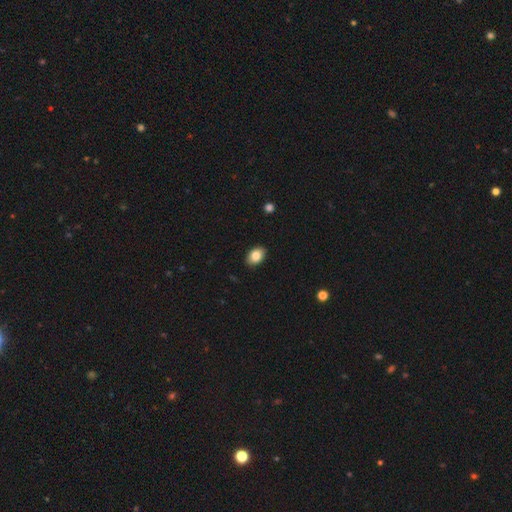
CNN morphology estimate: Smooth or featured? Predicted: smooth (p=0.84). How rounded? Predicted: in between (p=0.84). Merging? Predicted: none (p=0.89).